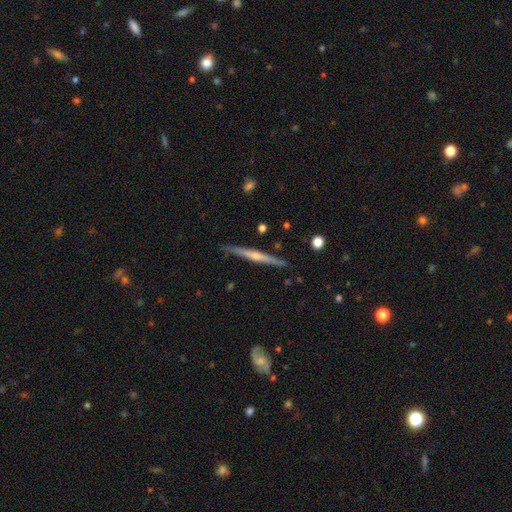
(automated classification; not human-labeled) Morphology: type=featured or disk (72%); edge-on=yes (98%); edge-on bulge=rounded (69%); merging=none (89%).